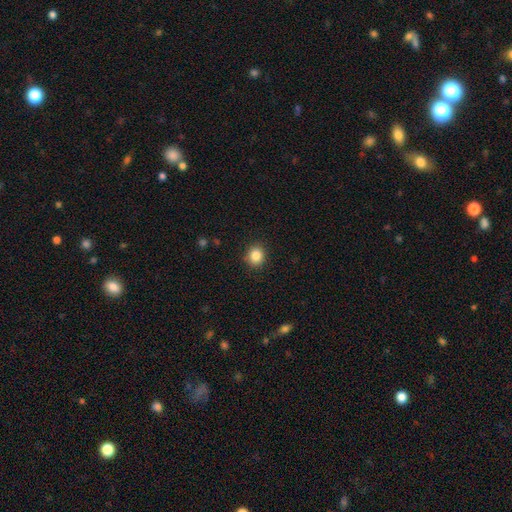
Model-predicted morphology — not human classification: Overall: smooth (85%). How rounded: round (79%). Merging: none (90%).